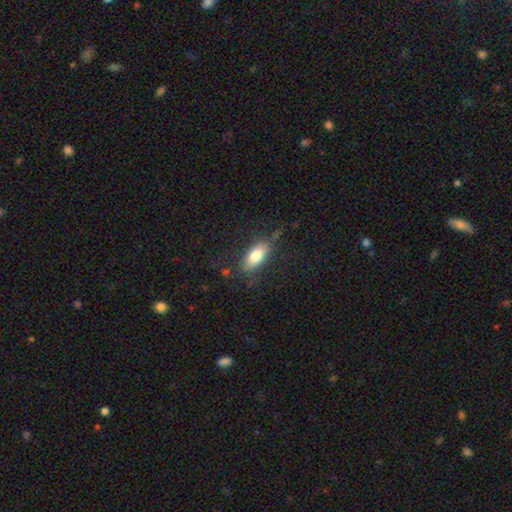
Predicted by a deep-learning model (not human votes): smooth 77%, featured or disk 16%, star or artifact 7%. Down the decision tree: how rounded — in between (83%); merging — none (74%).